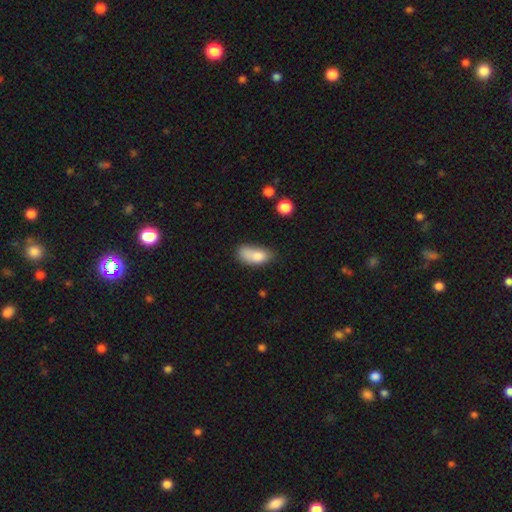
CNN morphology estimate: This is likely a smooth galaxy (79%). How rounded: clearly in between (88%). Merging: marginally none (38%).